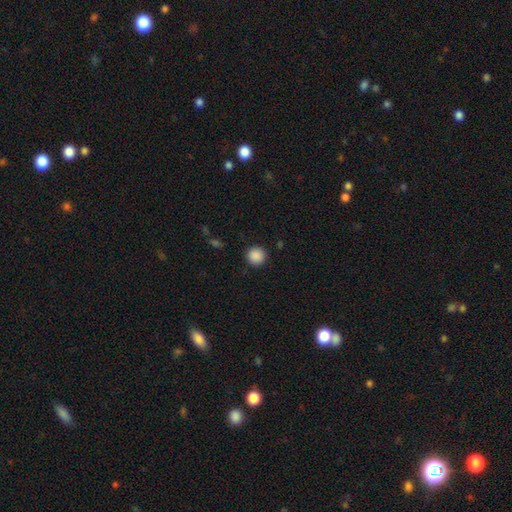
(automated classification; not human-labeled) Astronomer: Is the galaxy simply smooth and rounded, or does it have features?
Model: smooth — 88%.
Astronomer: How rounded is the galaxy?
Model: round — 94%.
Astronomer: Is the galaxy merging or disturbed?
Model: none — 90%.